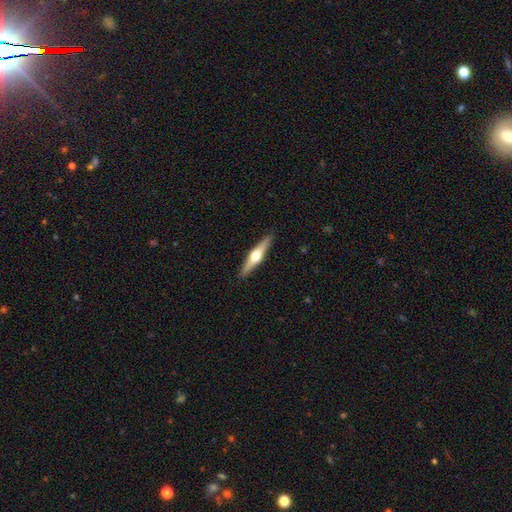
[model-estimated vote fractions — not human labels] Smooth or featured? Predicted: featured or disk (p=0.66). Edge-on disk? Predicted: yes (p=0.97). Edge-on bulge? Predicted: rounded (p=0.96). Merging? Predicted: none (p=0.91).